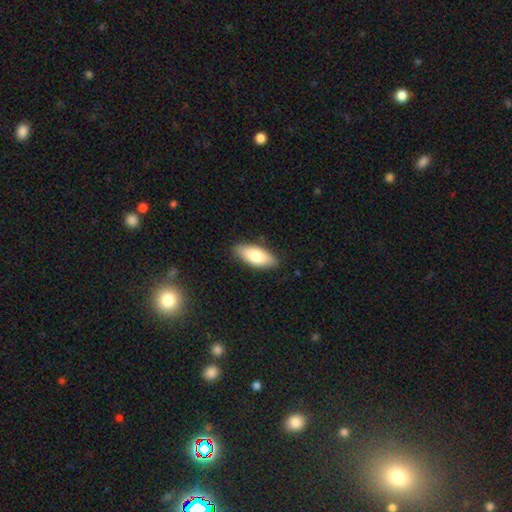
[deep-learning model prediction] Morphology: type=smooth (79%); roundness=in between (83%); merging=none (86%).